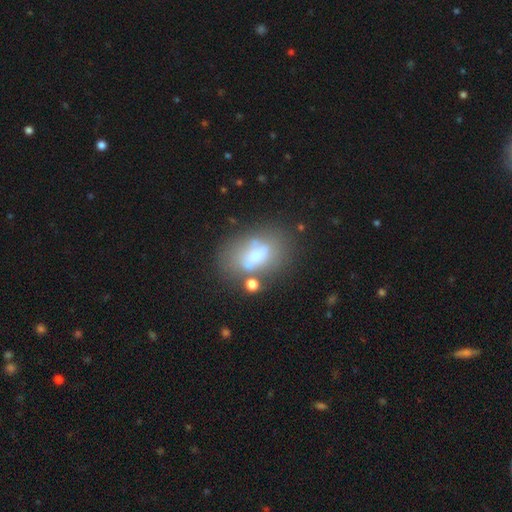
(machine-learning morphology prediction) Smooth or featured: smooth — 49% (featured or disk — 39%)
Merging: none — 42% (merger — 21%)